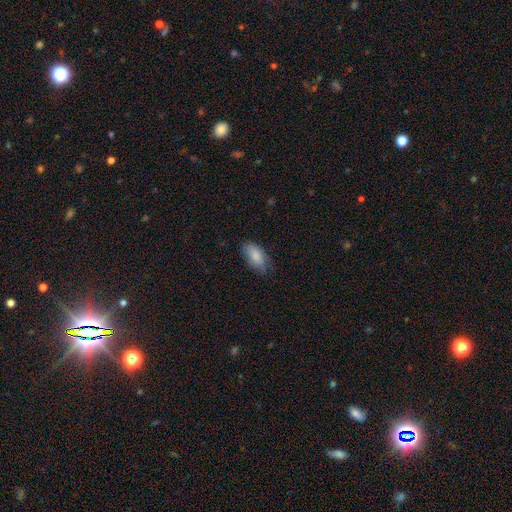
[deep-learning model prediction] smooth_or_featured: smooth (p=0.86) [alt: featured or disk p=0.08]
how_rounded: in between (p=0.91) [alt: cigar-shaped p=0.06]
merging: none (p=0.72) [alt: minor disturbance p=0.22]